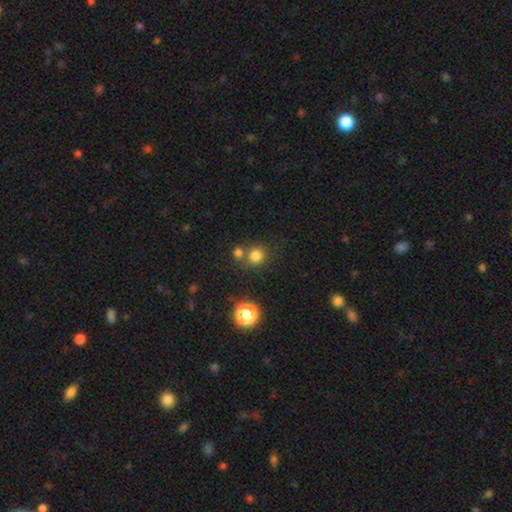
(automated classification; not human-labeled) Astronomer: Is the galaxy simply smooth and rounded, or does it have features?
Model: smooth — 79%.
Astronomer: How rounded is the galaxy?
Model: round — 87%.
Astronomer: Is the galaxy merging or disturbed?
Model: none — 66%.